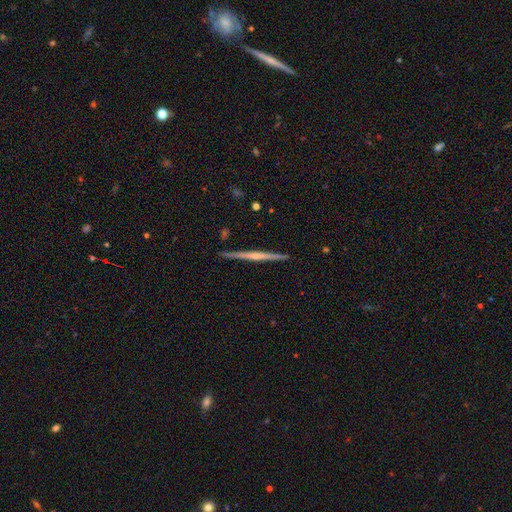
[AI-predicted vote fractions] Q: Smooth or featured?
A: featured or disk (68%); runner-up: smooth (22%)
Q: Edge-on disk?
A: yes (97%); runner-up: no (3%)
Q: Edge-on bulge?
A: rounded (55%); runner-up: none (35%)
Q: Merging?
A: none (89%); runner-up: minor disturbance (7%)